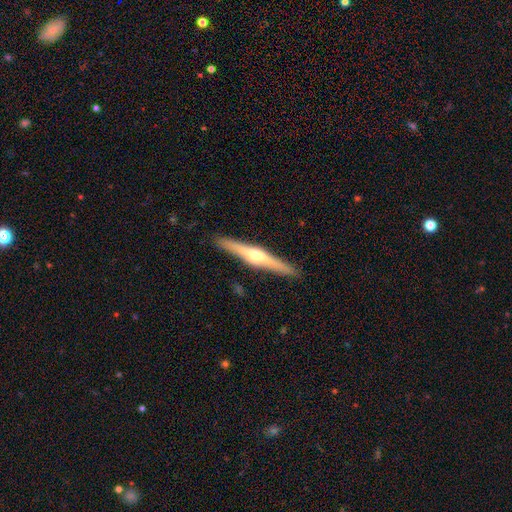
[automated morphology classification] This is likely a featured or disk galaxy (73%). It is clearly viewed edge-on (98%). Edge-on bulge: clearly rounded (92%). Merging: clearly none (91%).